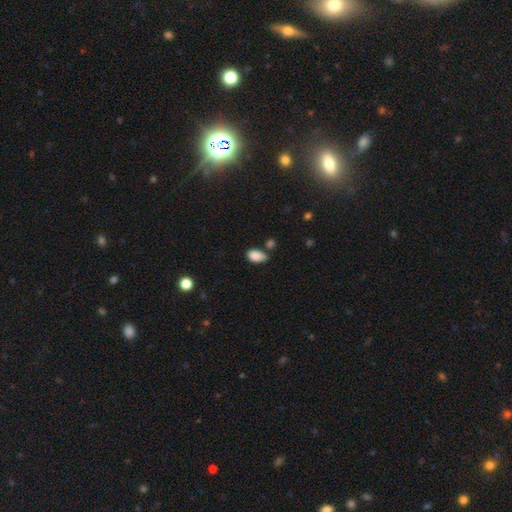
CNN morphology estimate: Smooth or featured: smooth — 87% (star or artifact — 8%)
How rounded: in between — 92% (round — 6%)
Merging: none — 59% (minor disturbance — 26%)